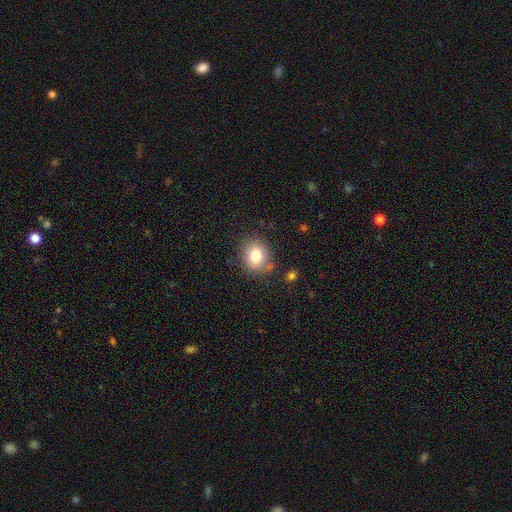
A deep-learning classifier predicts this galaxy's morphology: smooth 78%, featured or disk 11%, star or artifact 11%. Down the decision tree: how rounded — round (69%); merging — none (79%).